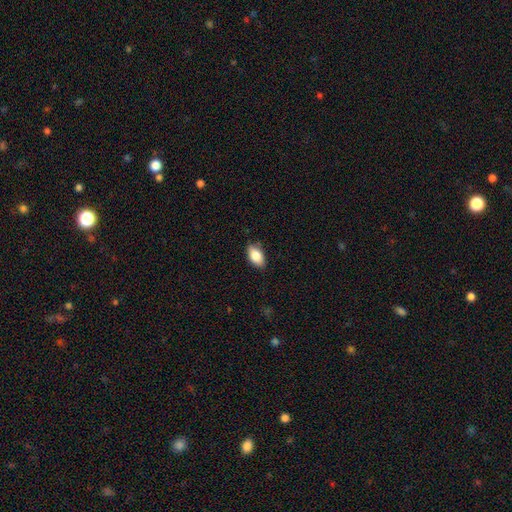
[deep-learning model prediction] Smooth or featured?
  - smooth: 83% *
  - featured or disk: 10%
  - star or artifact: 7%
How rounded?
  - in between: 92% *
  - round: 5%
  - cigar-shaped: 3%
Merging?
  - none: 84% *
  - minor disturbance: 13%
  - major disturbance: 2%
  - merger: 1%